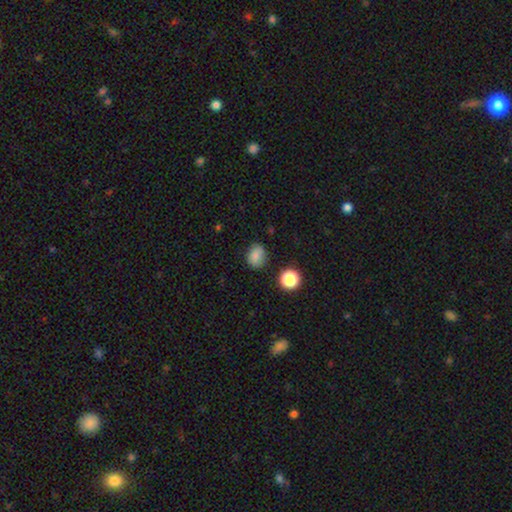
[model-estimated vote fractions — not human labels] Q: Smooth or featured?
A: smooth (81%); runner-up: star or artifact (12%)
Q: How rounded?
A: round (51%); runner-up: in between (48%)
Q: Merging?
A: none (78%); runner-up: minor disturbance (16%)